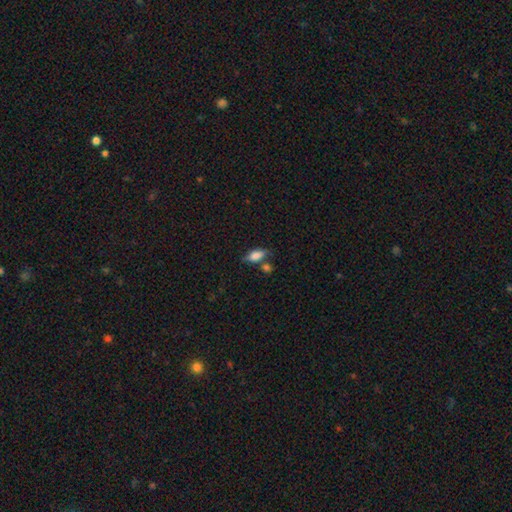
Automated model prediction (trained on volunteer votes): A smooth galaxy with no disk features (79%) that is in between round and cigar-shaped (83%). Merging: none (57%).